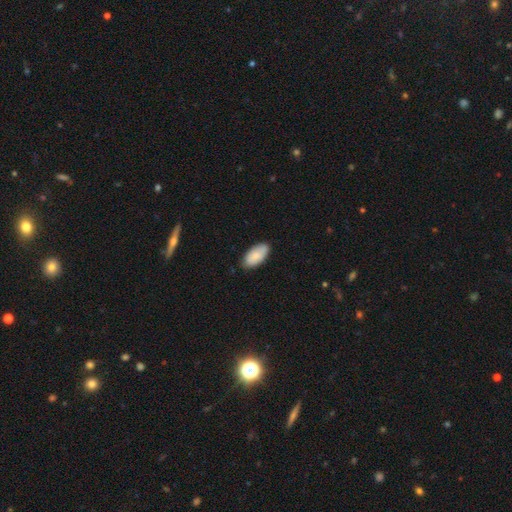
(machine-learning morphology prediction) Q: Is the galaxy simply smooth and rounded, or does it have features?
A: smooth — 82%.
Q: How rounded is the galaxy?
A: in between — 95%.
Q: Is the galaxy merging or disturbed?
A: none — 82%.